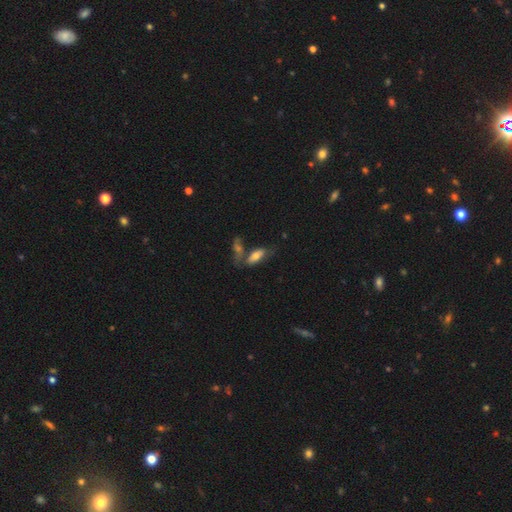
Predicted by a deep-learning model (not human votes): Morphology: type=smooth (66%); roundness=in between (77%); merging=none (44%).